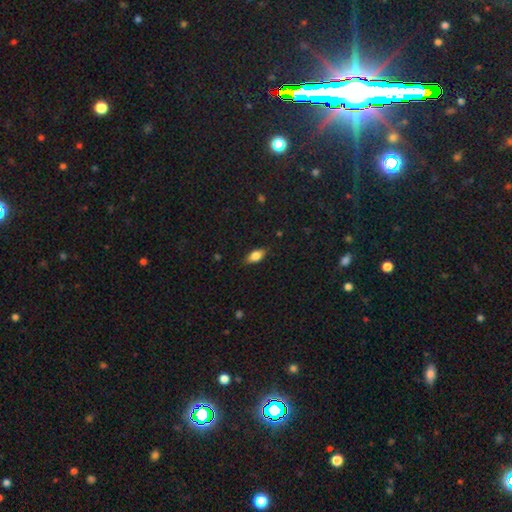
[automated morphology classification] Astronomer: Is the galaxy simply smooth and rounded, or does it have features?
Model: smooth — 75%.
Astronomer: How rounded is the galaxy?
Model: in between — 84%.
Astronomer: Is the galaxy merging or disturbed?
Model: none — 82%.